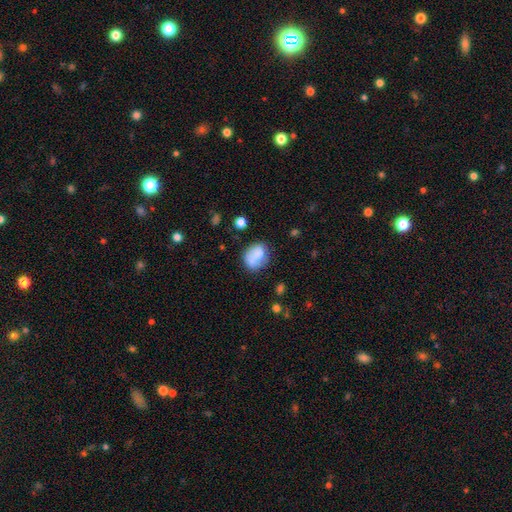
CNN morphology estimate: Smooth or featured? smooth (75%)
How rounded? in between (57%)
Merging? none (50%)